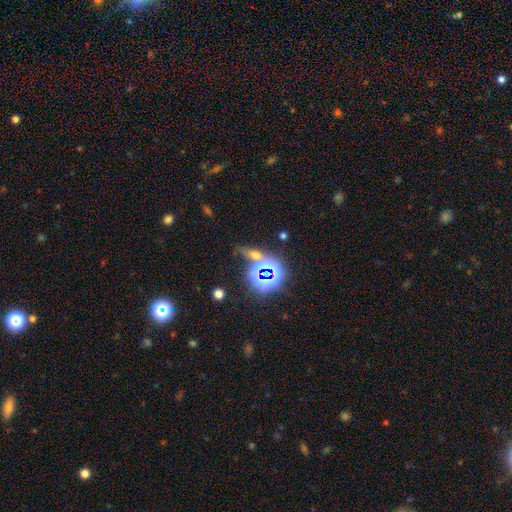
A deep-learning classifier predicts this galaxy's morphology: Q: Smooth or featured?
A: star or artifact (50%); runner-up: smooth (35%)